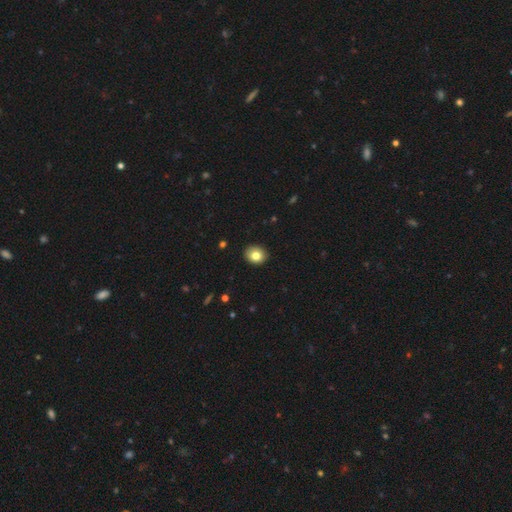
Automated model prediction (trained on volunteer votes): A smooth galaxy with no disk features (80%) that is round (57%).

Vote fractions:
- Smooth or featured? smooth: 80% / featured or disk: 10% / star or artifact: 9%
- How rounded? round: 57% / in between: 42% / cigar-shaped: 1%
- Merging? none: 90% / minor disturbance: 7% / major disturbance: 2% / merger: 1%